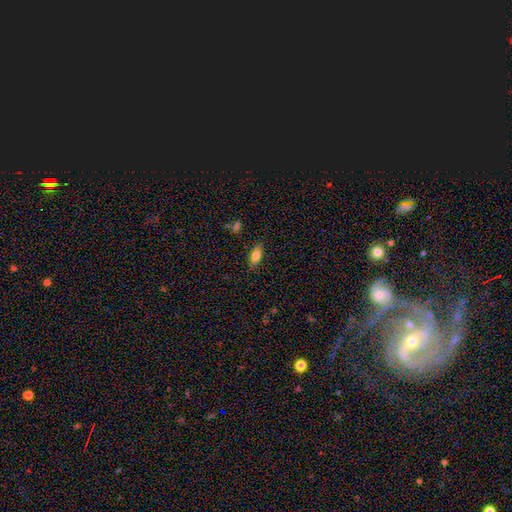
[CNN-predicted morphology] The model was most divided on "how rounded": in between: 79%, cigar-shaped: 18%, round: 3%. More confident: merging — none (85%); smooth or featured — smooth (79%).